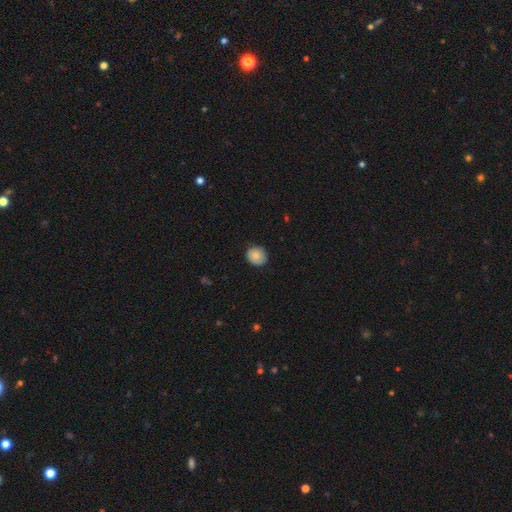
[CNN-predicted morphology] Q: Smooth or featured?
A: smooth (83%); runner-up: featured or disk (9%)
Q: How rounded?
A: round (83%); runner-up: in between (16%)
Q: Merging?
A: none (84%); runner-up: minor disturbance (13%)